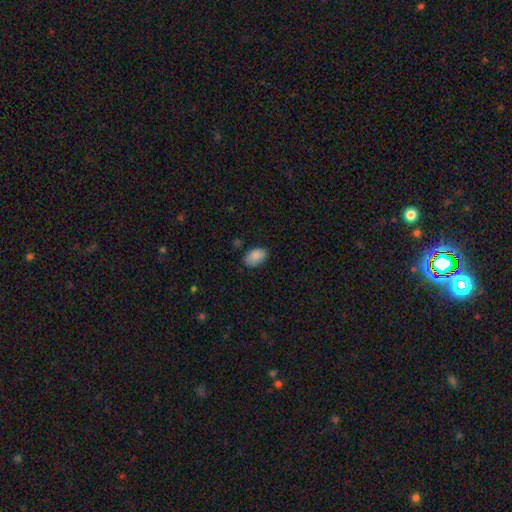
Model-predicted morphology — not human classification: Smooth or featured? Predicted: smooth (p=0.88). How rounded? Predicted: in between (p=0.92). Merging? Predicted: none (p=0.78).